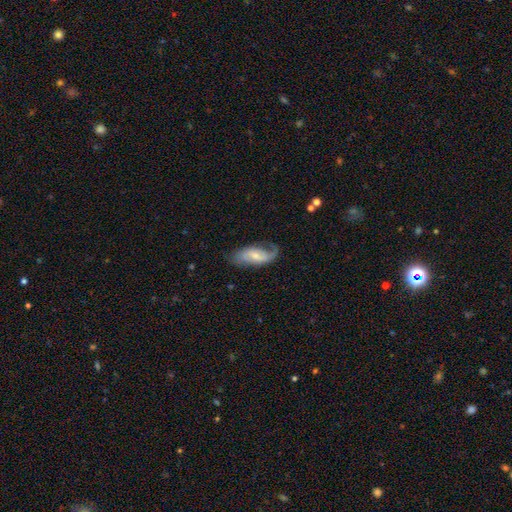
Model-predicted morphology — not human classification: Smooth or featured?
  - featured or disk: 68% *
  - smooth: 26%
  - star or artifact: 6%
Edge-on disk?
  - no: 93% *
  - yes: 7%
Bar?
  - weak: 43% *
  - no: 39%
  - strong: 18%
Spiral arms?
  - yes: 89% *
  - no: 11%
Spiral winding?
  - loose: 49% *
  - medium: 35%
  - tight: 16%
Spiral arm count?
  - 2: 60% *
  - 1: 28%
  - can't tell: 9%
  - 3: 1%
  - 4: 1%
  - more than 4: 1%
Bulge size?
  - small: 58% *
  - moderate: 34%
  - none: 5%
  - large: 3%
  - dominant: 1%
Merging?
  - none: 56% *
  - minor disturbance: 26%
  - major disturbance: 16%
  - merger: 2%